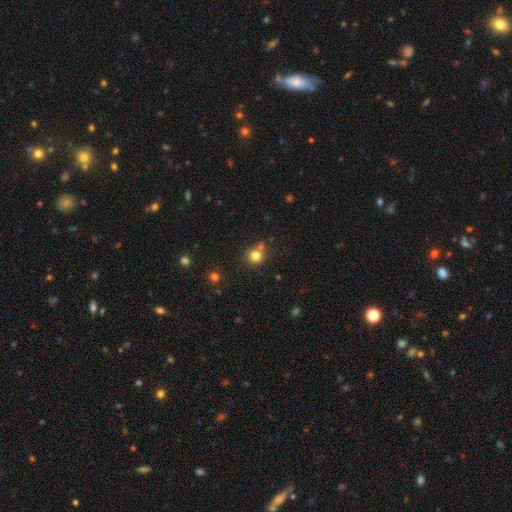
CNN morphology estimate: A smooth galaxy with no disk features (79%) that is round (87%).

Vote fractions:
- Smooth or featured? smooth: 79% / star or artifact: 14% / featured or disk: 7%
- How rounded? round: 87% / in between: 12% / cigar-shaped: 1%
- Merging? none: 66% / merger: 18% / minor disturbance: 12% / major disturbance: 4%